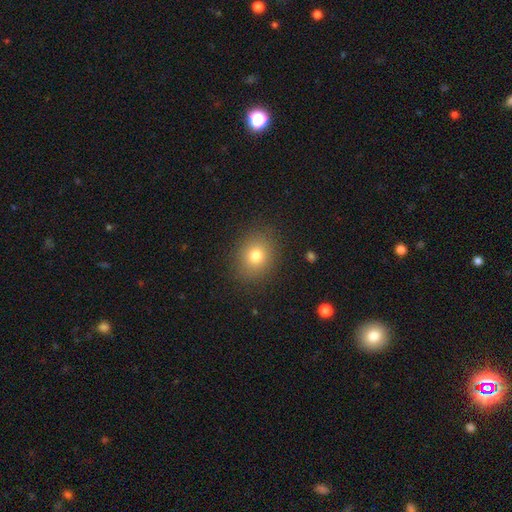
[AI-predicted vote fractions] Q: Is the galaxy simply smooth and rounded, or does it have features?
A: smooth — 78%.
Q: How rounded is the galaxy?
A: round — 62%.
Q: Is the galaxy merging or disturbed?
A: none — 87%.